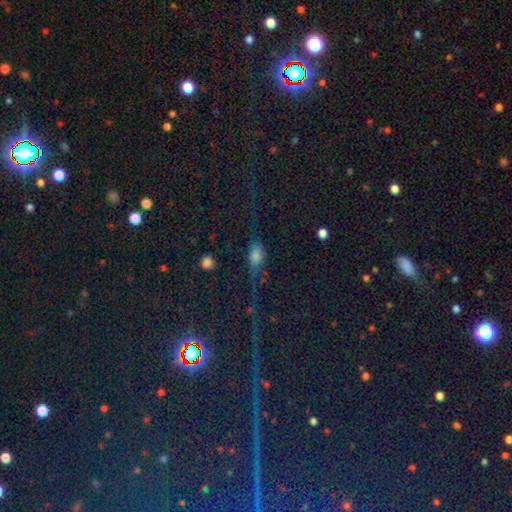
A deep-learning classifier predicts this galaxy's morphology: smooth_or_featured: smooth (p=0.70) [alt: star or artifact p=0.17]
how_rounded: in between (p=0.77) [alt: round p=0.12]
merging: none (p=0.53) [alt: minor disturbance p=0.22]